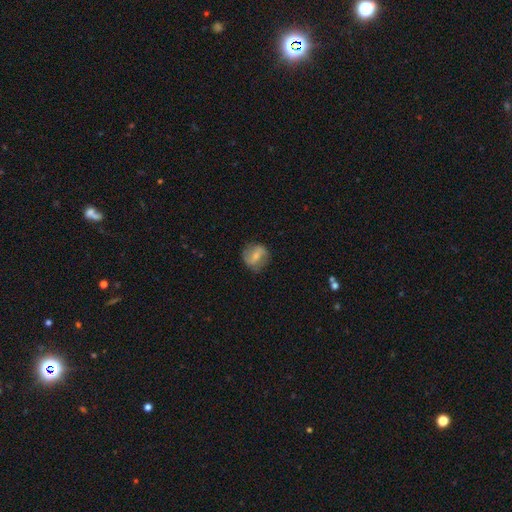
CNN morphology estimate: Smooth or featured? featured or disk (49%)
Merging? none (78%)